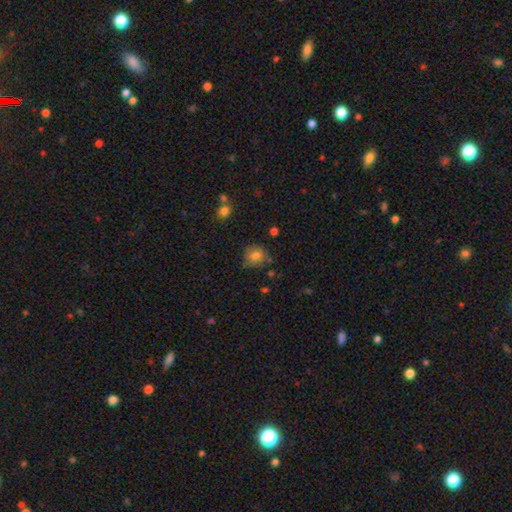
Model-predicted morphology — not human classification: This appears to be a smooth galaxy with no disk features (80%) that is round (81%). Merging: none (70%).